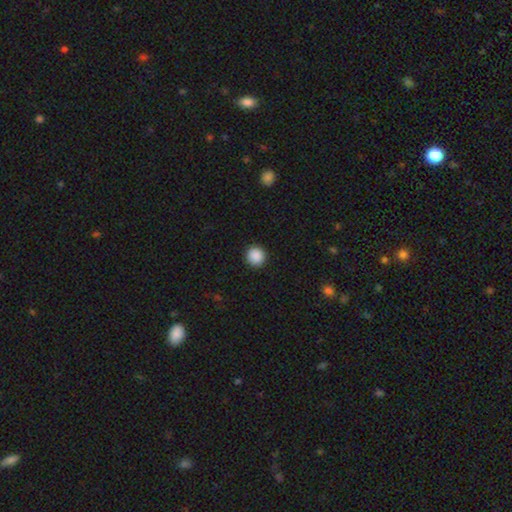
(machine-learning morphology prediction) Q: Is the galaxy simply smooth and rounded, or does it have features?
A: smooth — 89%.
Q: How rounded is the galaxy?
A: round — 94%.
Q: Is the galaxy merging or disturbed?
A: none — 92%.